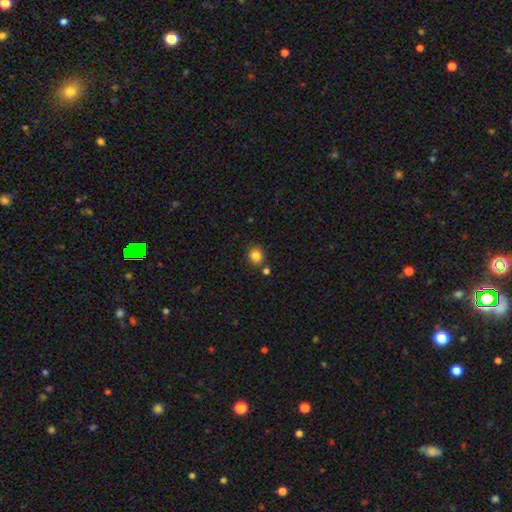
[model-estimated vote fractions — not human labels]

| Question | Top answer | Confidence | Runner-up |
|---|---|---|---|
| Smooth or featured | smooth | 84% | star or artifact (11%) |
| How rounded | round | 80% | in between (19%) |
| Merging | none | 78% | minor disturbance (10%) |